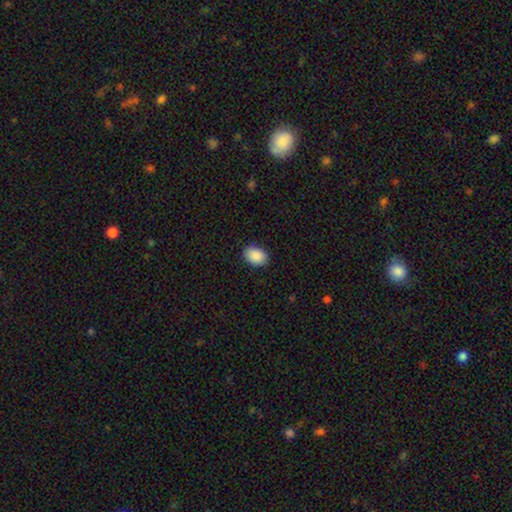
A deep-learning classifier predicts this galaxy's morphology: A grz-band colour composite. It shows a smooth galaxy with no disk features (90%) that is in between round and cigar-shaped (76%). Merging: none (87%).